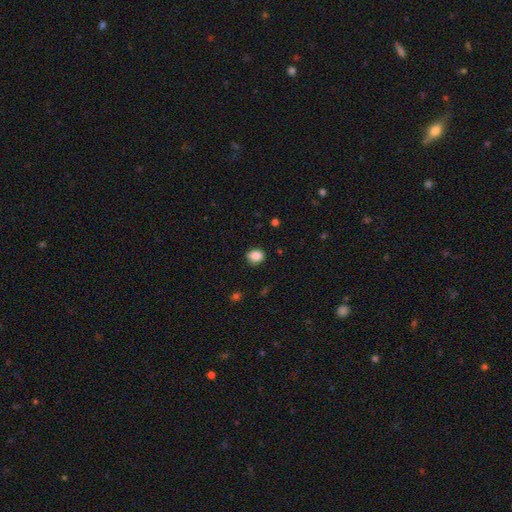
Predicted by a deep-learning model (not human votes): Overall: smooth (87%). How rounded: round (60%; in between 39%). Merging: none (81%).